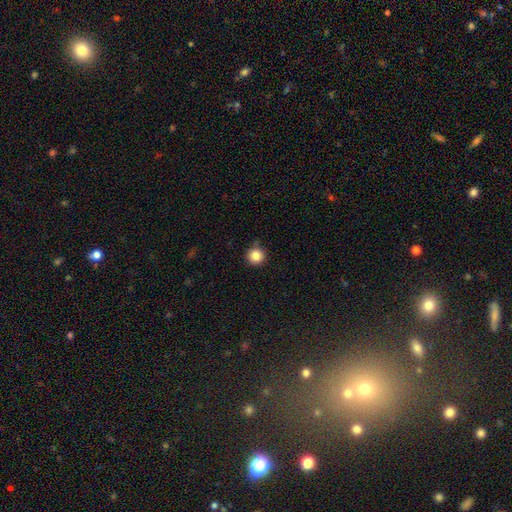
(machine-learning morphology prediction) A smooth galaxy with no disk features (85%) that is round (96%).

Vote fractions:
- Smooth or featured? smooth: 85% / star or artifact: 10% / featured or disk: 4%
- How rounded? round: 96% / in between: 3% / cigar-shaped: 1%
- Merging? none: 86% / minor disturbance: 9% / merger: 2% / major disturbance: 2%